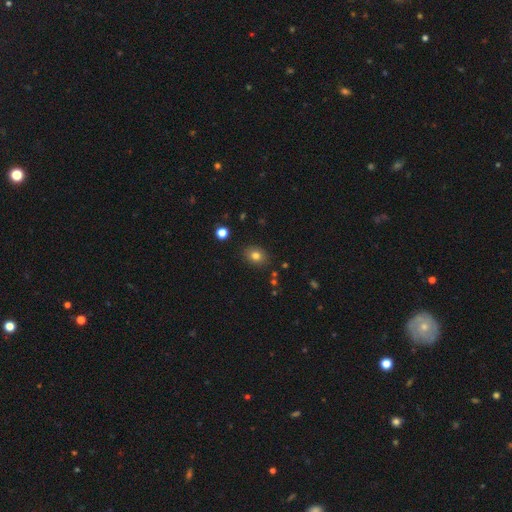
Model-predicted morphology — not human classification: smooth 80%, star or artifact 12%, featured or disk 8%. Down the decision tree: how rounded — in between (53%); merging — none (87%).